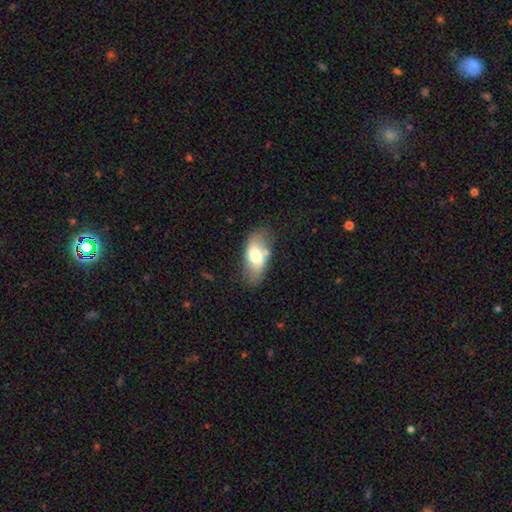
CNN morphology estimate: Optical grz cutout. It shows a smooth galaxy with no disk features (65%) that is in between round and cigar-shaped (90%). Merging: none (67%).